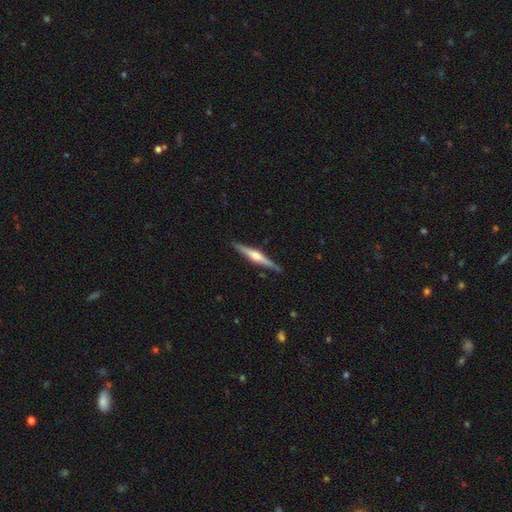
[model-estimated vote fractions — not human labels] featured or disk 73%, smooth 22%, star or artifact 5%. Down the decision tree: edge-on disk — yes (98%); edge-on bulge — rounded (87%); merging — none (89%).